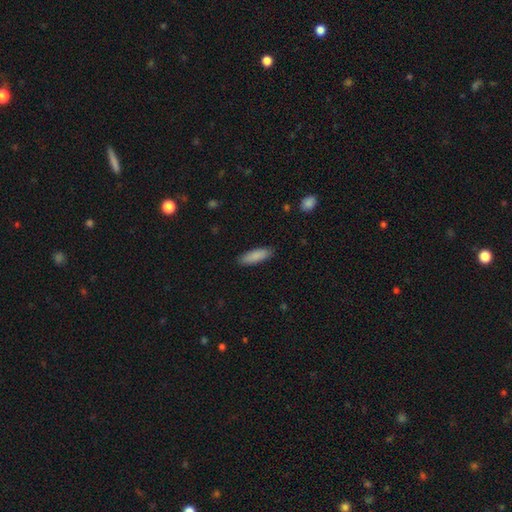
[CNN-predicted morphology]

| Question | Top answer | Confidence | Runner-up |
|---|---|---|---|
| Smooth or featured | smooth | 88% | featured or disk (6%) |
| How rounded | in between | 55% | cigar-shaped (44%) |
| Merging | none | 88% | minor disturbance (9%) |